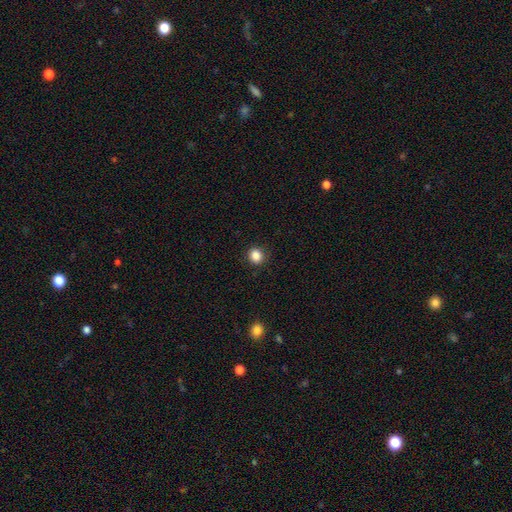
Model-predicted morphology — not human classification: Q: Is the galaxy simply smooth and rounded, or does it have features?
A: smooth — 86%.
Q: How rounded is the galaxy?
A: round — 80%.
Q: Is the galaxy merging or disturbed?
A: none — 90%.